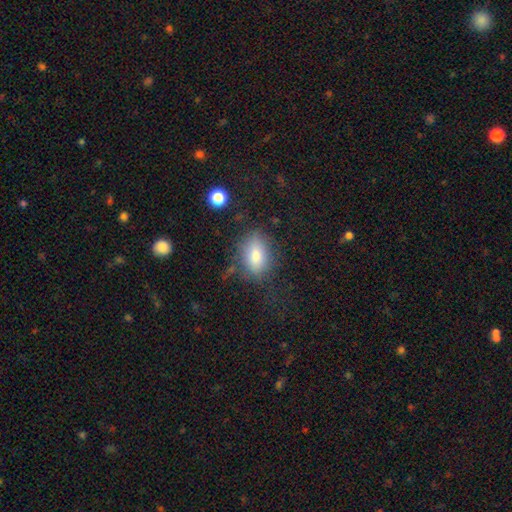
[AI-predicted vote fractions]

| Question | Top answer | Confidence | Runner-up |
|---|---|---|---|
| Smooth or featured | smooth | 76% | featured or disk (14%) |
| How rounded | in between | 83% | round (13%) |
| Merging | none | 71% | minor disturbance (18%) |